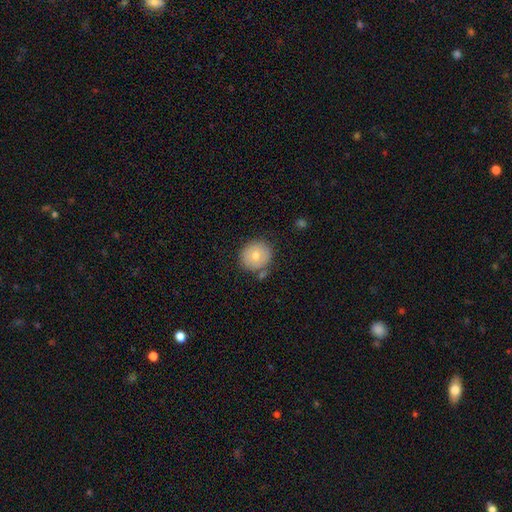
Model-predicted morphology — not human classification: This appears to be a smooth galaxy with no disk features (72%) that is round (89%). Merging: none (77%).